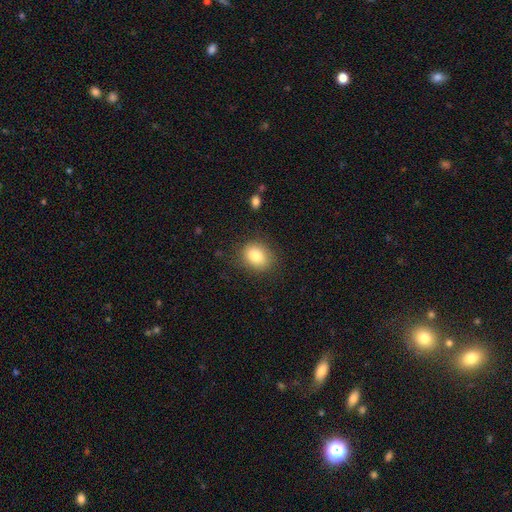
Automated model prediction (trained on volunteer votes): smooth-or-featured: smooth: 82% | star or artifact: 9% | featured or disk: 9%
  how-rounded: in between: 52% | round: 47% | cigar-shaped: 1%
  merging: none: 83% | minor disturbance: 12% | major disturbance: 4% | merger: 1%